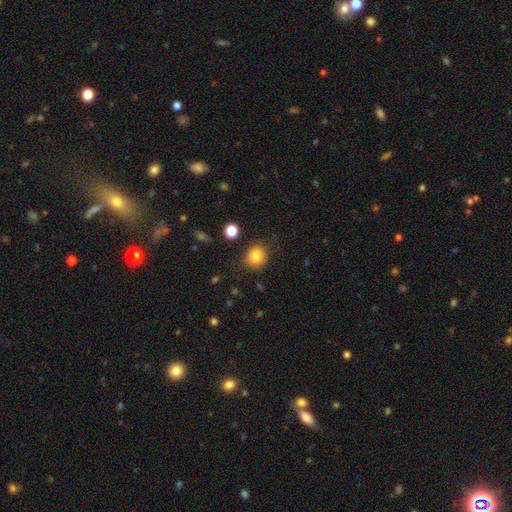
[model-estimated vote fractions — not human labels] Smooth or featured? smooth (83%)
How rounded? round (79%)
Merging? none (83%)